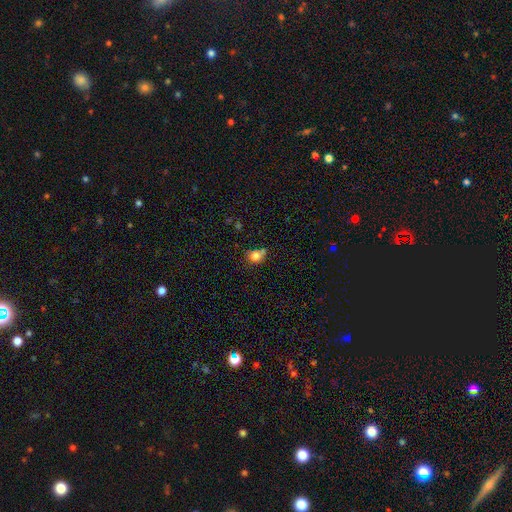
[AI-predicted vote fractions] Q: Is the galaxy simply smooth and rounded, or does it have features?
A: smooth — 81%.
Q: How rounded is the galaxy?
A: round — 62%.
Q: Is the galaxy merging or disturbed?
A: none — 49%.